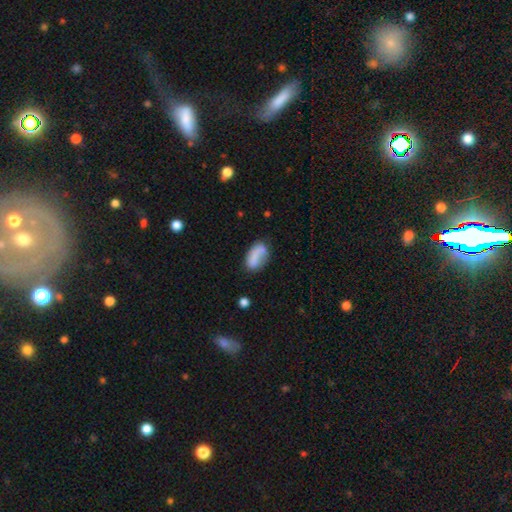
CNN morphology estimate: smooth_or_featured: smooth (p=0.73) [alt: featured or disk p=0.19]
how_rounded: in between (p=0.91) [alt: round p=0.06]
merging: none (p=0.50) [alt: minor disturbance p=0.26]